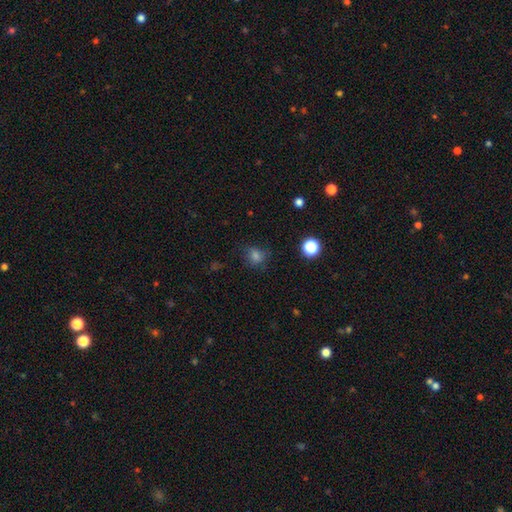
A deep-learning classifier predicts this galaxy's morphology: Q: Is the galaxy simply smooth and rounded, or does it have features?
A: smooth — 75%.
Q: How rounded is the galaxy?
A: round — 71%.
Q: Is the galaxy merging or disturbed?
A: none — 72%.